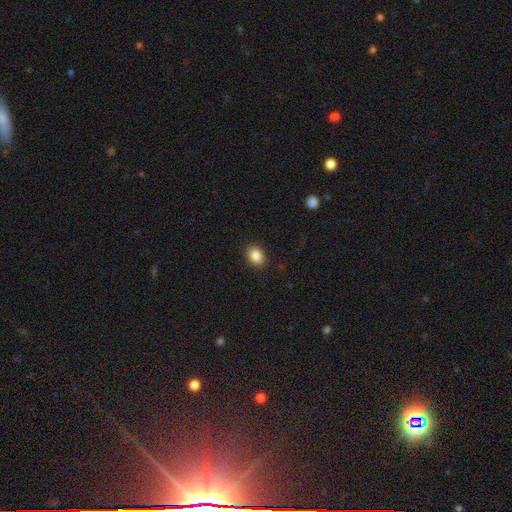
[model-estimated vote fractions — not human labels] Morphology: type=smooth (86%); roundness=in between (69%); merging=none (87%).